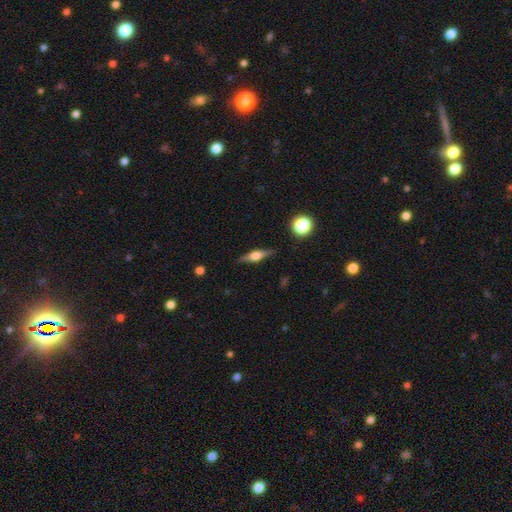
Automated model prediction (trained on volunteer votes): The model was most divided on "smooth or featured": featured or disk: 61%, smooth: 31%, star or artifact: 7%. More confident: edge-on disk — yes (96%); edge-on bulge — rounded (89%); merging — none (87%).